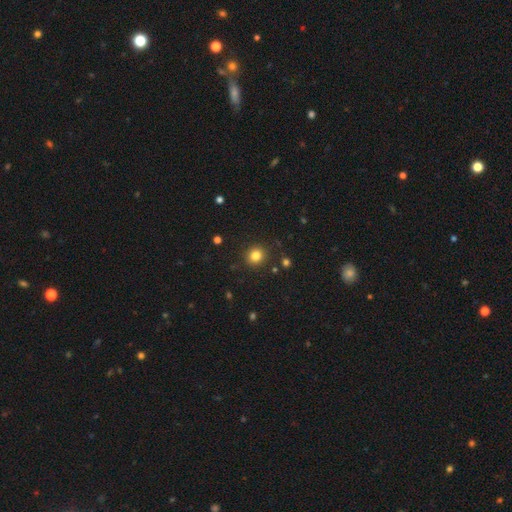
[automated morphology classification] smooth-or-featured: smooth: 82% | star or artifact: 13% | featured or disk: 6%
  how-rounded: round: 85% | in between: 14% | cigar-shaped: 1%
  merging: none: 89% | minor disturbance: 7% | major disturbance: 2% | merger: 2%